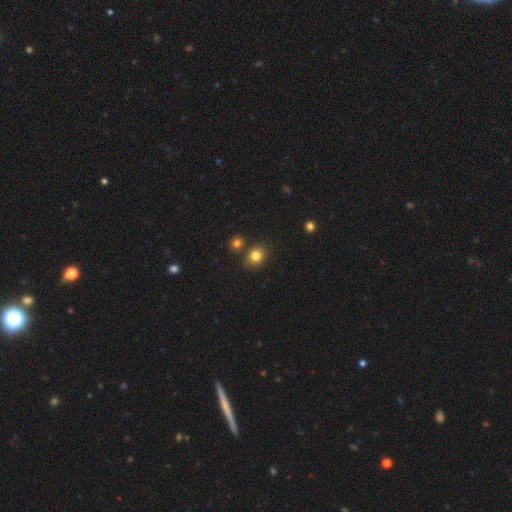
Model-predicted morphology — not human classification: This is clearly a smooth galaxy (82%). How rounded: likely round (65%). Merging: likely none (76%).